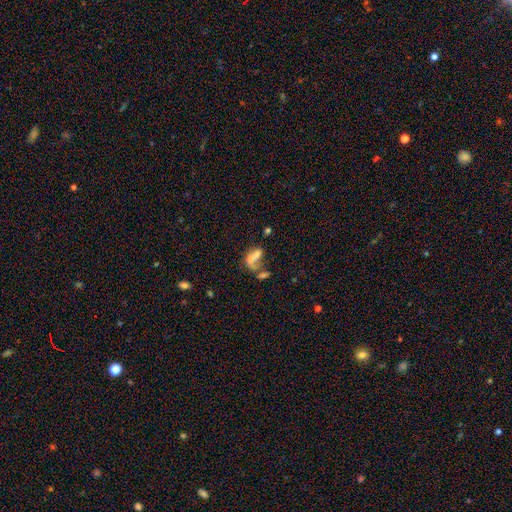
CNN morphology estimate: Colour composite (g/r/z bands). It shows a smooth galaxy with no disk features (53%) that is in between round and cigar-shaped (78%). Merging: merger (54%).